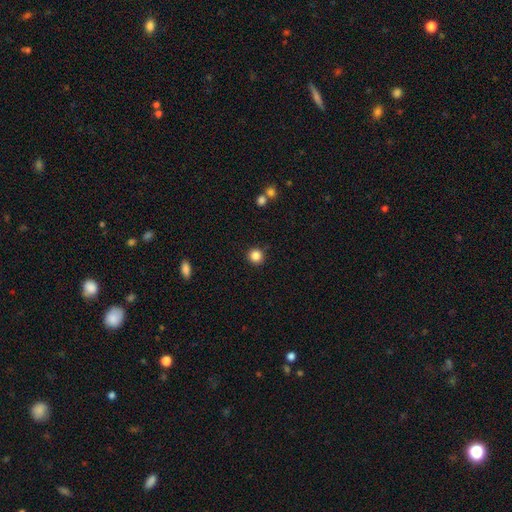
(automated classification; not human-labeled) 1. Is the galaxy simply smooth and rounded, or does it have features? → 85% smooth, 11% star or artifact, 4% featured or disk.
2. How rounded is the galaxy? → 94% round, 5% in between, 1% cigar-shaped.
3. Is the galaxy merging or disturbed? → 91% none, 5% minor disturbance, 2% merger, 2% major disturbance.